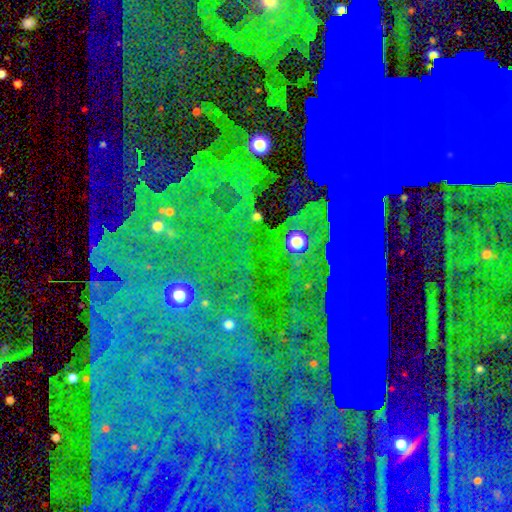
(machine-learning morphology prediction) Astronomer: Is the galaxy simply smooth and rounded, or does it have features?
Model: star or artifact — 82%.